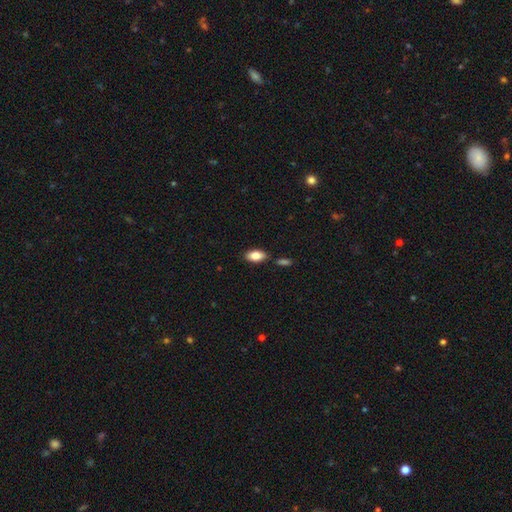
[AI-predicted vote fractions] Smooth or featured?
  - smooth: 83% *
  - featured or disk: 10%
  - star or artifact: 7%
How rounded?
  - in between: 92% *
  - cigar-shaped: 5%
  - round: 3%
Merging?
  - none: 79% *
  - minor disturbance: 12%
  - merger: 6%
  - major disturbance: 2%